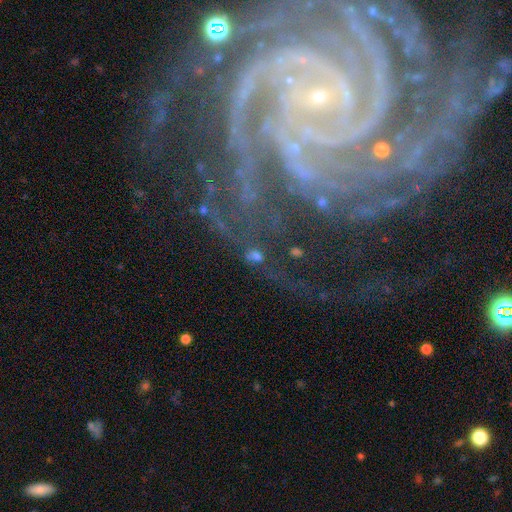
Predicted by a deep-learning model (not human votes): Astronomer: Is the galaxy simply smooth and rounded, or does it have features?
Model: smooth — 39% (runner-up: star or artifact, 32%).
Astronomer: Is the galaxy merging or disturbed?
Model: none — 51%.